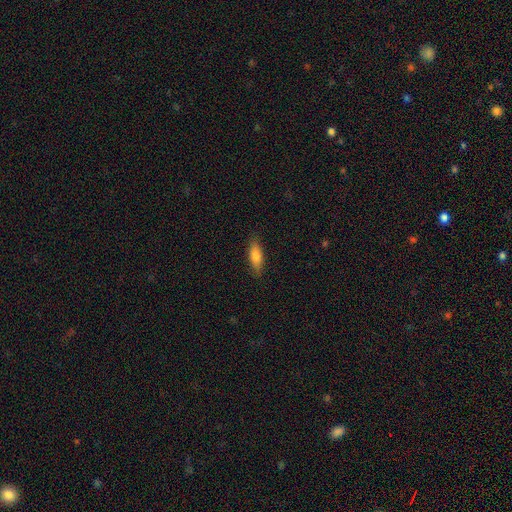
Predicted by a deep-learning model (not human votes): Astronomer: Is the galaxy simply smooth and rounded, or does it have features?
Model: smooth — 79%.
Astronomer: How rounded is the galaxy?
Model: in between — 56% (runner-up: cigar-shaped, 42%).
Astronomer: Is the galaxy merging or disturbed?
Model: none — 86%.